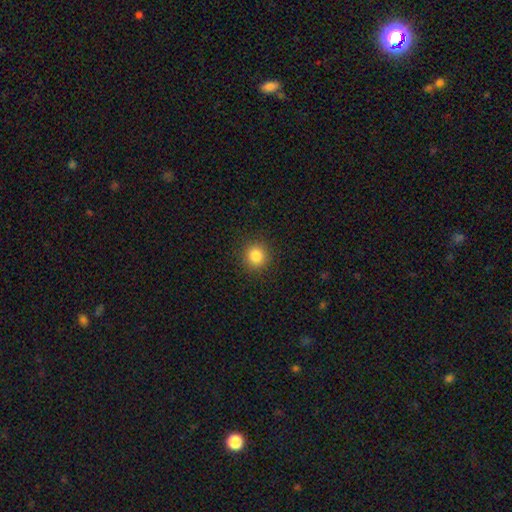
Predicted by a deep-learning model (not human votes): Overall: smooth (83%). How rounded: round (92%). Merging: none (91%).